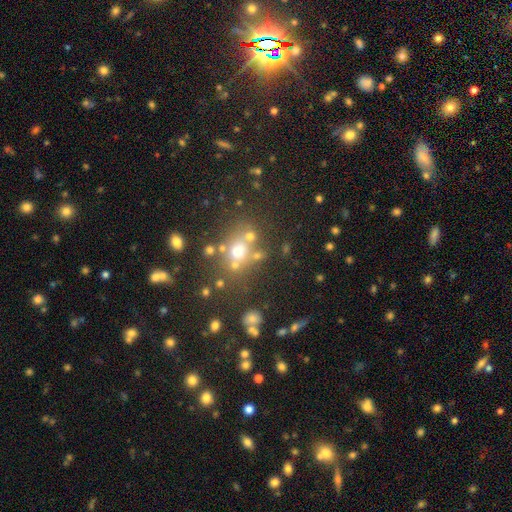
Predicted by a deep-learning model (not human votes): smooth_or_featured: smooth (p=0.58) [alt: star or artifact p=0.25]
how_rounded: round (p=0.68) [alt: in between p=0.31]
merging: none (p=0.59) [alt: merger p=0.21]